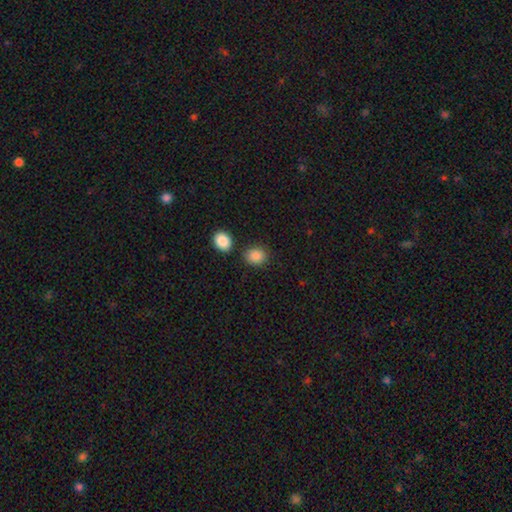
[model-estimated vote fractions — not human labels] smooth_or_featured: smooth (p=0.88) [alt: star or artifact p=0.09]
how_rounded: round (p=0.57) [alt: in between p=0.42]
merging: none (p=0.79) [alt: minor disturbance p=0.09]